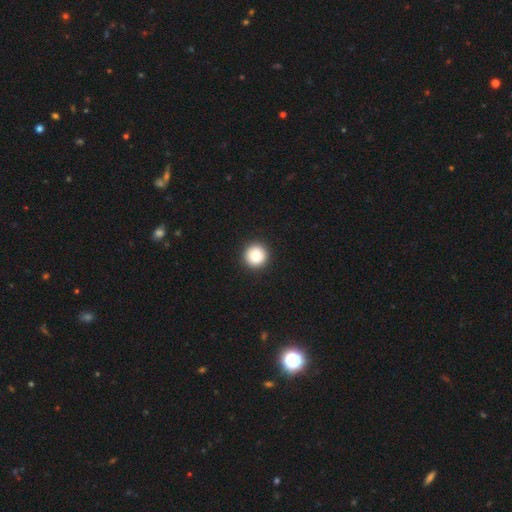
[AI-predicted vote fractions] This appears to be a smooth galaxy with no disk features (85%) that is round (95%). Merging: none (93%).